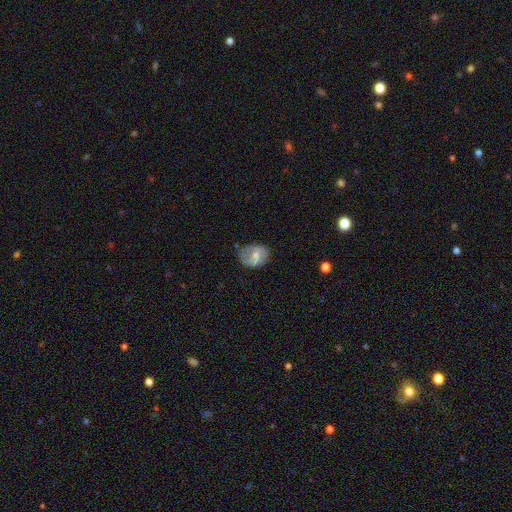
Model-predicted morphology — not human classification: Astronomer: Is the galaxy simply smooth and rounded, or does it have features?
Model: smooth — 48% (runner-up: featured or disk, 43%).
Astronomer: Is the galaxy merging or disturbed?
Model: none — 67%.